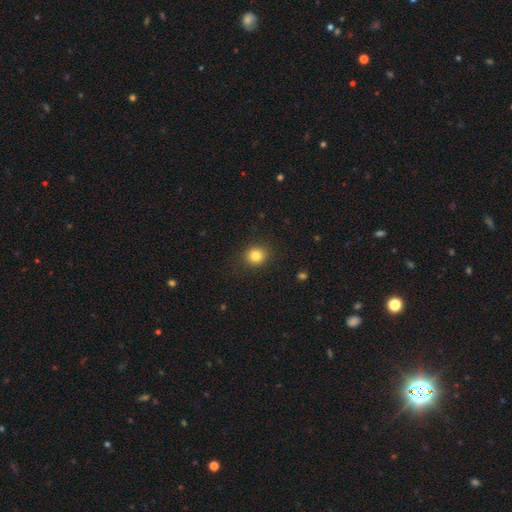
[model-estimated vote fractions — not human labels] Q: Smooth or featured?
A: smooth (83%); runner-up: star or artifact (11%)
Q: How rounded?
A: round (81%); runner-up: in between (18%)
Q: Merging?
A: none (89%); runner-up: minor disturbance (8%)